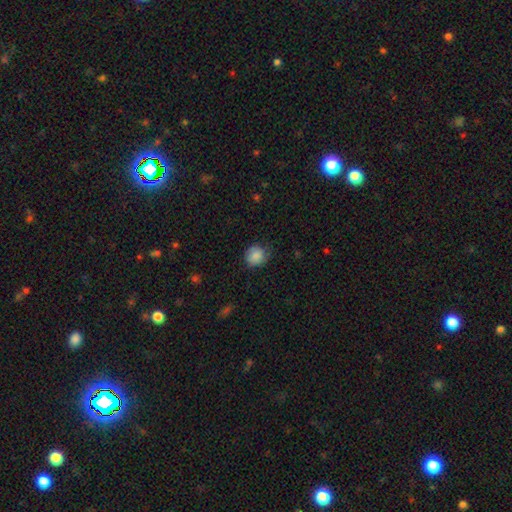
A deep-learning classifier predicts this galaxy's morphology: A smooth galaxy with no disk features (84%) that is round (80%). Merging: none (67%).